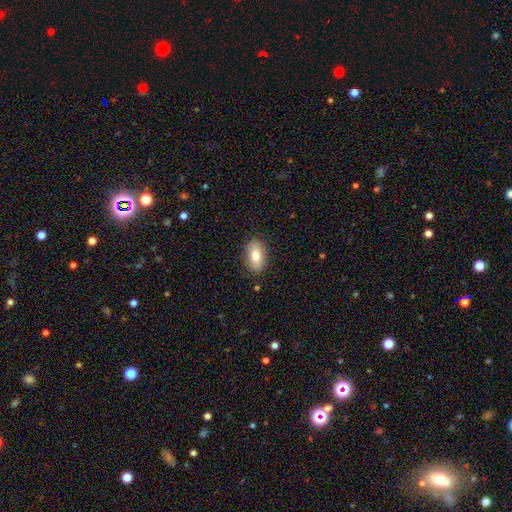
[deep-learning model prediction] Q: Smooth or featured?
A: smooth (80%); runner-up: featured or disk (13%)
Q: How rounded?
A: in between (91%); runner-up: round (6%)
Q: Merging?
A: none (85%); runner-up: minor disturbance (11%)